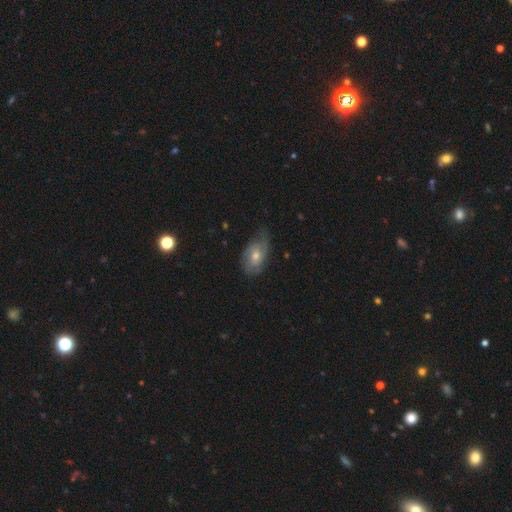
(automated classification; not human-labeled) Q: Smooth or featured?
A: featured or disk (67%); runner-up: smooth (24%)
Q: Edge-on disk?
A: no (94%); runner-up: yes (6%)
Q: Bar?
A: no (69%); runner-up: weak (27%)
Q: Spiral arms?
A: yes (89%); runner-up: no (11%)
Q: Spiral winding?
A: tight (48%); runner-up: medium (37%)
Q: Spiral arm count?
A: 2 (48%); runner-up: can't tell (28%)
Q: Bulge size?
A: moderate (61%); runner-up: small (33%)
Q: Merging?
A: none (65%); runner-up: minor disturbance (25%)